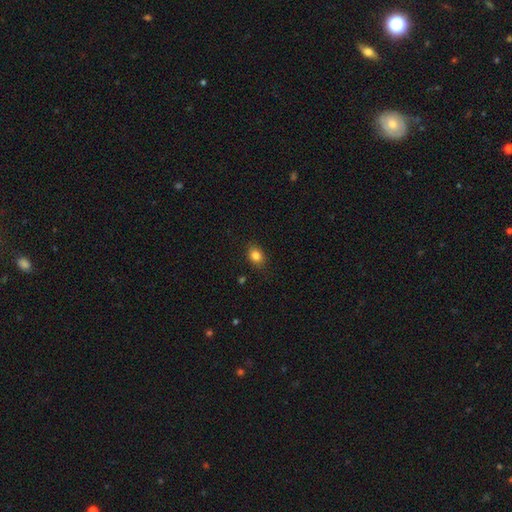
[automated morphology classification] type=smooth (84%); roundness=in between (62%); merging=none (86%).